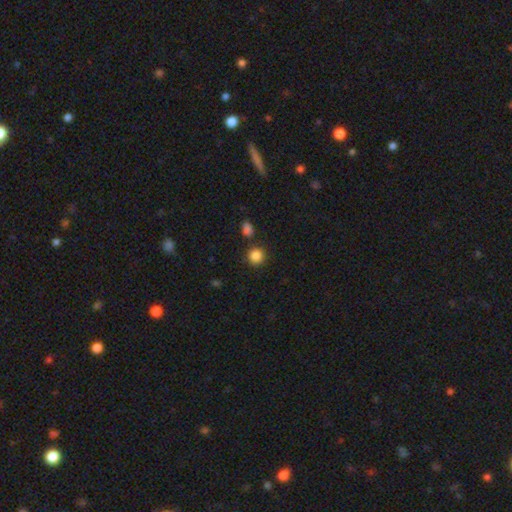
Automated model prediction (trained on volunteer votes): Smooth or featured: smooth — 86% (star or artifact — 10%)
How rounded: round — 92% (in between — 7%)
Merging: none — 84% (minor disturbance — 7%)